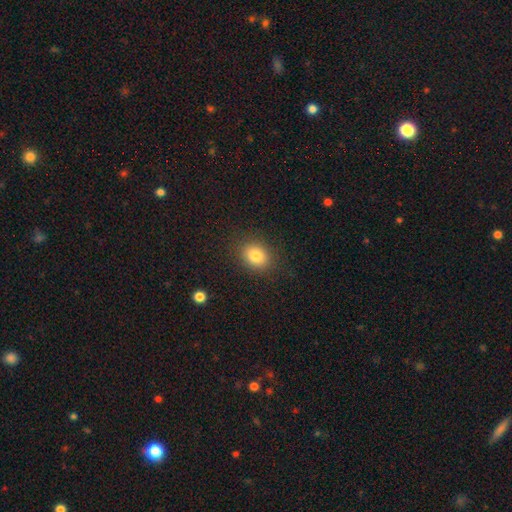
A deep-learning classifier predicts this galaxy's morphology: Overall: smooth (81%). How rounded: round (53%; in between 46%). Merging: none (87%).